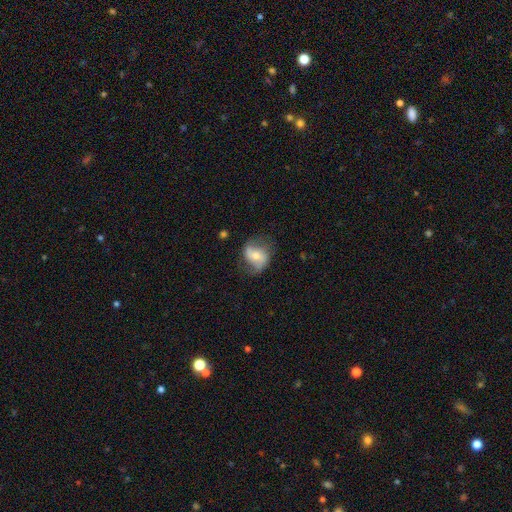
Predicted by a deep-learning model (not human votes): Overall: featured or disk (60%; smooth 33%). Edge-on disk: no (96%). Bar: no (50%; weak 34%). Spiral arms: yes (85%). Bulge size: moderate (57%; small 35%). Merging: none (63%; minor disturbance 24%).